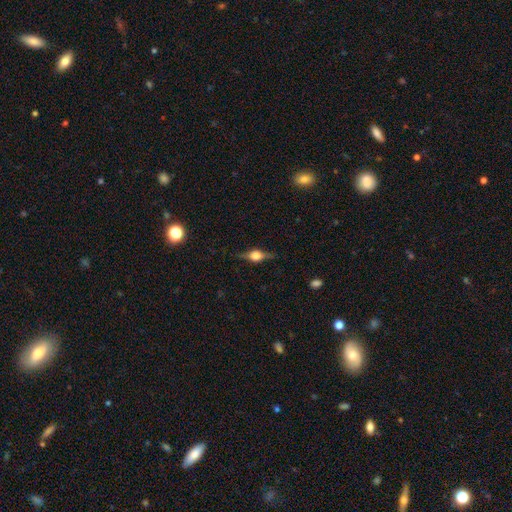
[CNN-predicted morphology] The model was most divided on "smooth or featured": featured or disk: 67%, smooth: 24%, star or artifact: 8%. More confident: edge-on disk — yes (96%); edge-on bulge — rounded (91%); merging — none (83%).